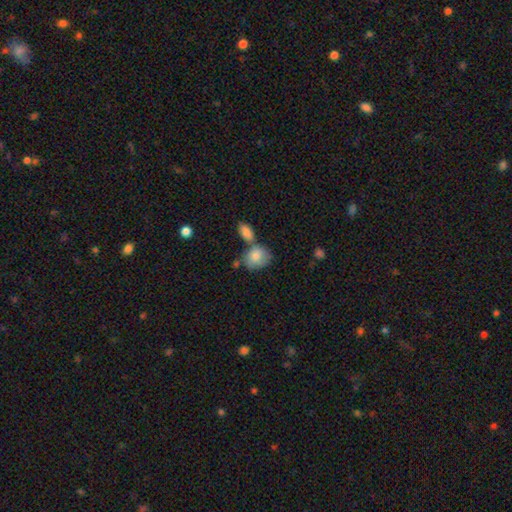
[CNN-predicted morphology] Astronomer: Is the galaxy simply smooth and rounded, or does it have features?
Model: smooth — 80%.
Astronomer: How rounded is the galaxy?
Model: in between — 61% (runner-up: round, 38%).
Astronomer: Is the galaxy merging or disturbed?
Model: none — 38%, tied with merger at 38%.